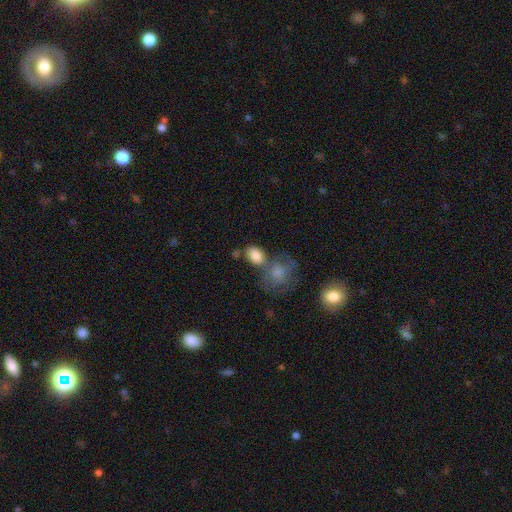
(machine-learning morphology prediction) Overall: smooth (84%). How rounded: in between (80%). Merging: none (42%; merger 35%).